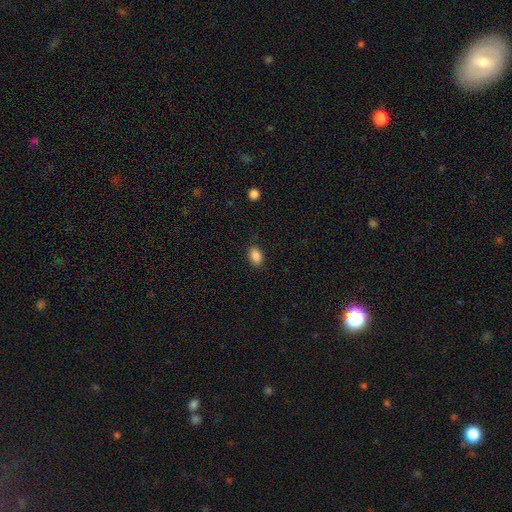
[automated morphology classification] A smooth galaxy with no disk features (88%) that is in between round and cigar-shaped (81%).

Vote fractions:
- Smooth or featured? smooth: 88% / star or artifact: 9% / featured or disk: 4%
- How rounded? in between: 81% / round: 18% / cigar-shaped: 1%
- Merging? none: 84% / minor disturbance: 12% / major disturbance: 3% / merger: 1%